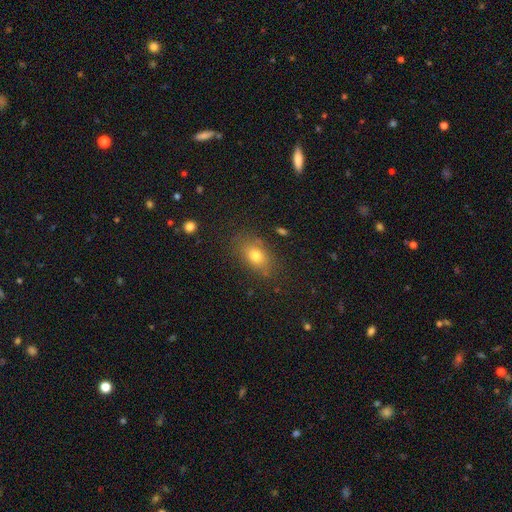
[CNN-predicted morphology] The model was most divided on "how rounded": in between: 79%, round: 18%, cigar-shaped: 3%. More confident: merging — none (78%); smooth or featured — smooth (76%).